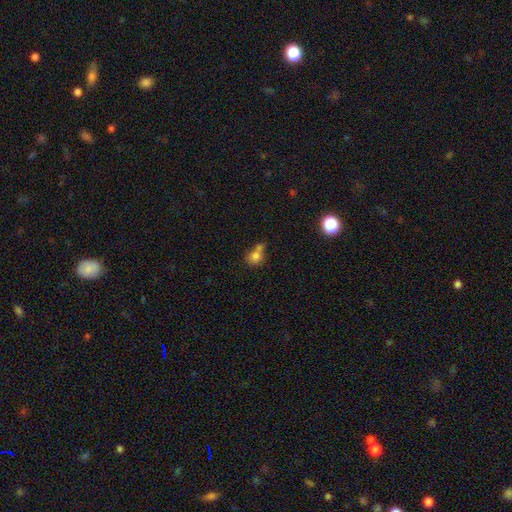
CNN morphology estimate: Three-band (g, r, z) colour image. It shows a smooth galaxy with no disk features (77%) that is round (75%). Merging: merger (46%).